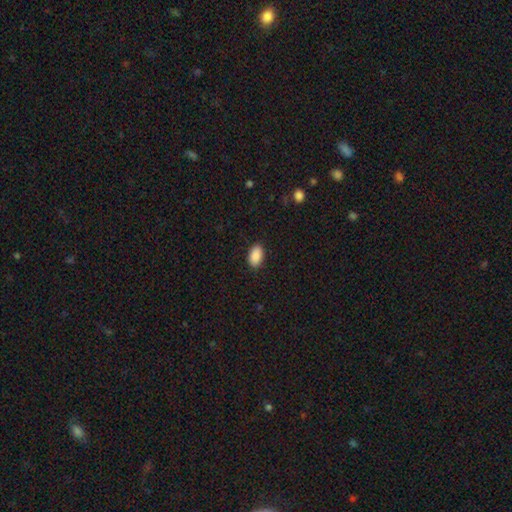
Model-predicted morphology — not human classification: The model was most divided on "merging": none: 89%, minor disturbance: 8%, major disturbance: 2%, merger: 1%. More confident: how rounded — in between (94%); smooth or featured — smooth (90%).